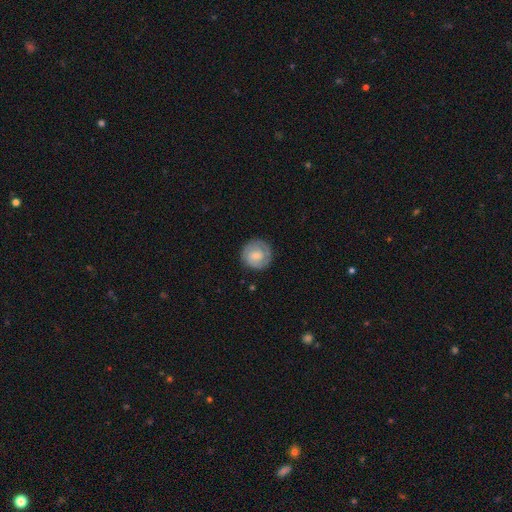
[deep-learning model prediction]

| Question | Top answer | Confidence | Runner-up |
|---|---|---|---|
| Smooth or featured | featured or disk | 53% | smooth (41%) |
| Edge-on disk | no | 98% | yes (2%) |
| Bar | no | 62% | weak (32%) |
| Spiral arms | yes | 83% | no (17%) |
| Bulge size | small | 58% | moderate (31%) |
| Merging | none | 82% | minor disturbance (13%) |